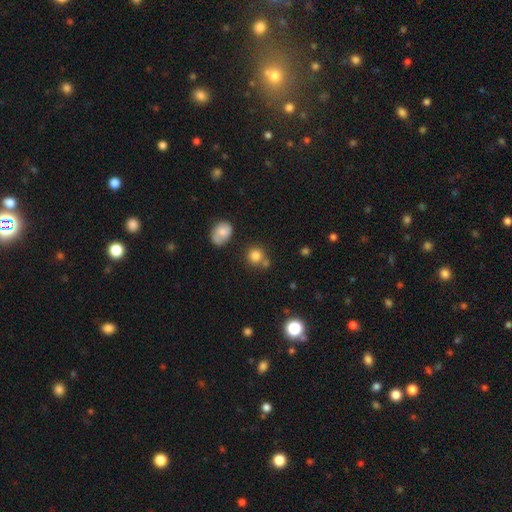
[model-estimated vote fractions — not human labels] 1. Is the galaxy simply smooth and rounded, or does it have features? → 81% smooth, 12% star or artifact, 7% featured or disk.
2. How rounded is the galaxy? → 88% round, 11% in between, 1% cigar-shaped.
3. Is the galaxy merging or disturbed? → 66% none, 19% merger, 11% minor disturbance, 4% major disturbance.